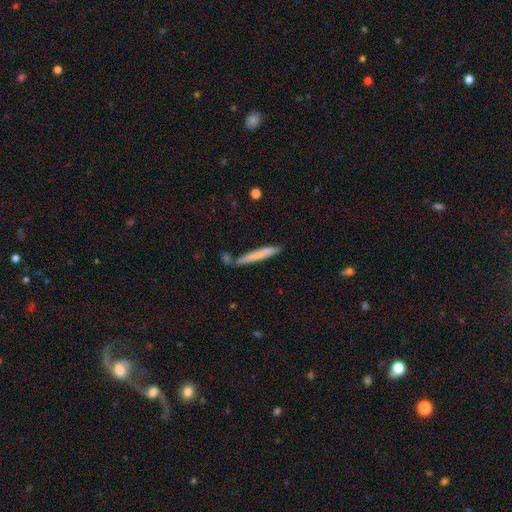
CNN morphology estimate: smooth_or_featured: smooth (p=0.70) [alt: featured or disk p=0.24]
how_rounded: cigar-shaped (p=0.95) [alt: in between p=0.03]
merging: none (p=0.75) [alt: minor disturbance p=0.13]